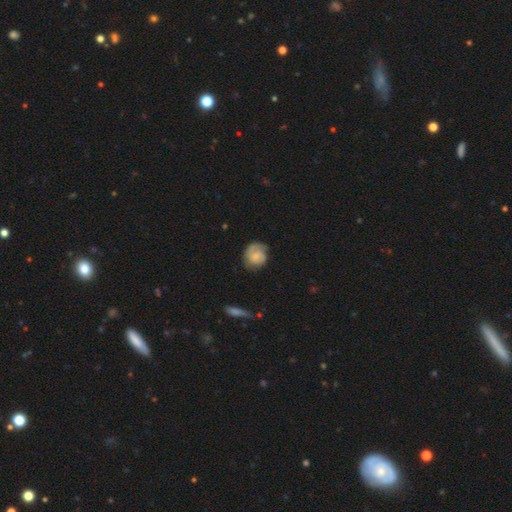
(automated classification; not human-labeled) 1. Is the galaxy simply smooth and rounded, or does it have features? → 53% featured or disk, 40% smooth, 7% star or artifact.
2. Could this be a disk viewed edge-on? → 97% no, 3% yes.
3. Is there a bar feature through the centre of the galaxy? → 67% no, 28% weak, 5% strong.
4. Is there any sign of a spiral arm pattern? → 87% yes, 13% no.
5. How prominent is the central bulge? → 41% small, 26% none, 25% moderate, 6% large, 2% dominant.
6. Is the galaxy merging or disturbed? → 62% none, 25% minor disturbance, 11% major disturbance, 2% merger.